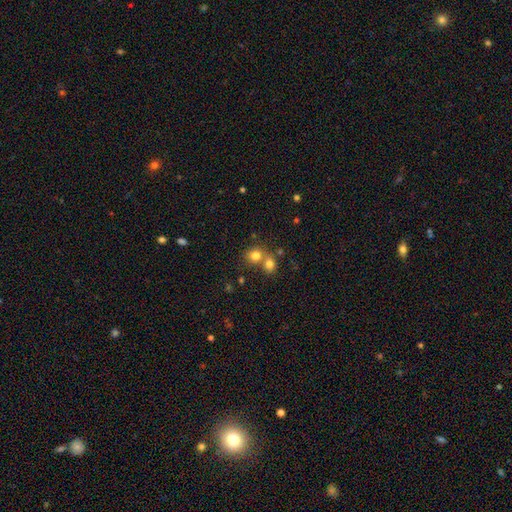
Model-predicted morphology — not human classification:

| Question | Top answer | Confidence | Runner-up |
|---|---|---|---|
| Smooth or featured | smooth | 78% | star or artifact (12%) |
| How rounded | round | 78% | in between (21%) |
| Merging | merger | 48% | none (43%) |